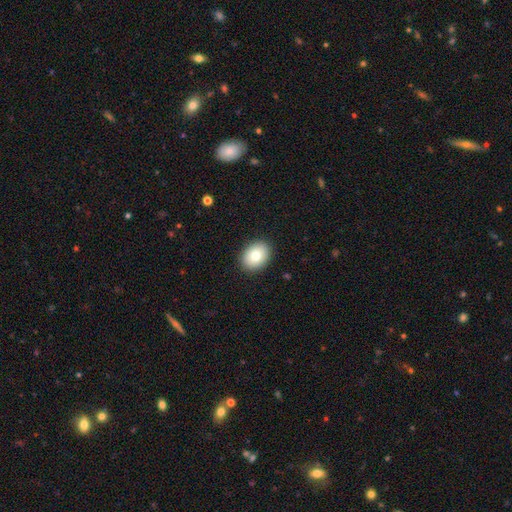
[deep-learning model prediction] Morphology: type=smooth (80%); roundness=in between (67%); merging=none (90%).